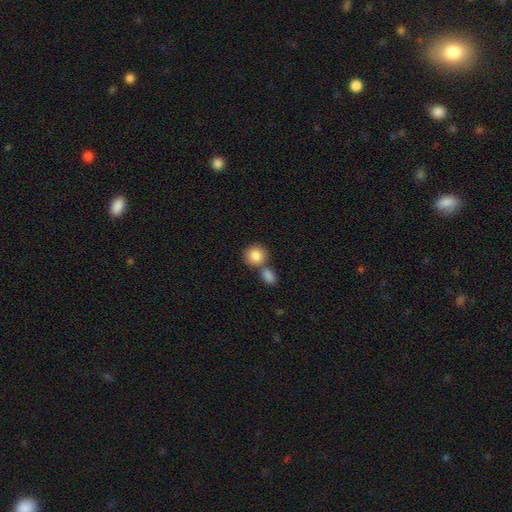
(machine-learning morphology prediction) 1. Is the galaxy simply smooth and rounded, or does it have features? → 87% smooth, 7% star or artifact, 6% featured or disk.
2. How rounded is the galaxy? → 85% round, 14% in between, 1% cigar-shaped.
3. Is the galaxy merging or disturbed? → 51% none, 38% merger, 8% minor disturbance, 3% major disturbance.